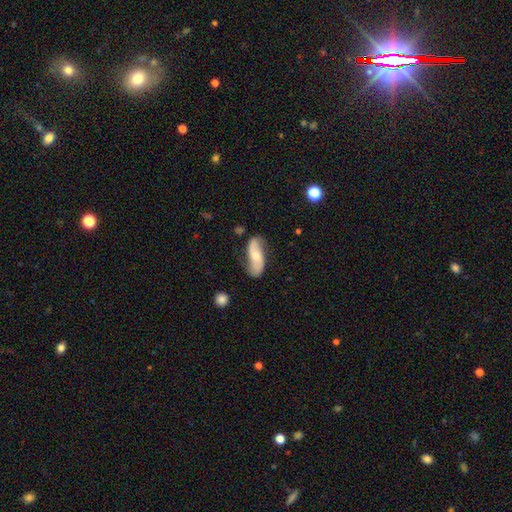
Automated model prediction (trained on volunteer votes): A featured or disk galaxy (56%).

Vote fractions:
- Smooth or featured? featured or disk: 56% / smooth: 38% / star or artifact: 6%
- Edge-on disk? no: 88% / yes: 12%
- Merging? none: 67% / minor disturbance: 24% / major disturbance: 7% / merger: 2%